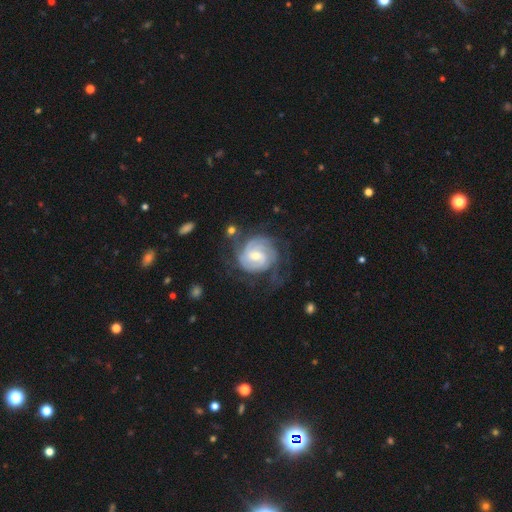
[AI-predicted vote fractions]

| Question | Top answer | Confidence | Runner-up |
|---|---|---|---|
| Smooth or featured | featured or disk | 84% | smooth (11%) |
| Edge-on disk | no | 98% | yes (2%) |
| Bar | weak | 54% | no (32%) |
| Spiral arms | yes | 96% | no (4%) |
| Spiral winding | tight | 62% | medium (30%) |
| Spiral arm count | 2 | 33% | can't tell (30%) |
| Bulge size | small | 49% | moderate (47%) |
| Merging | none | 56% | minor disturbance (22%) |